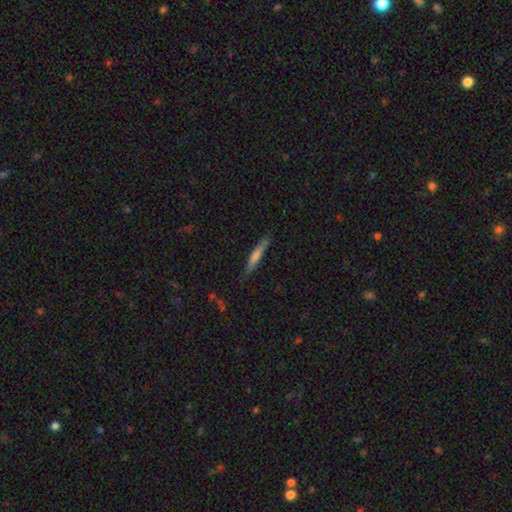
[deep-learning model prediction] smooth_or_featured: featured or disk (p=0.50) [alt: smooth p=0.43]
merging: none (p=0.87) [alt: minor disturbance p=0.10]